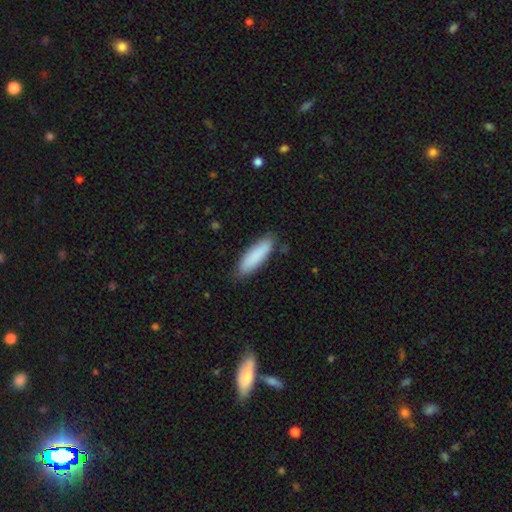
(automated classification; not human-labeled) smooth-or-featured: smooth: 88% | featured or disk: 7% | star or artifact: 6%
  how-rounded: cigar-shaped: 63% | in between: 35% | round: 1%
  merging: none: 84% | minor disturbance: 12% | major disturbance: 2% | merger: 1%